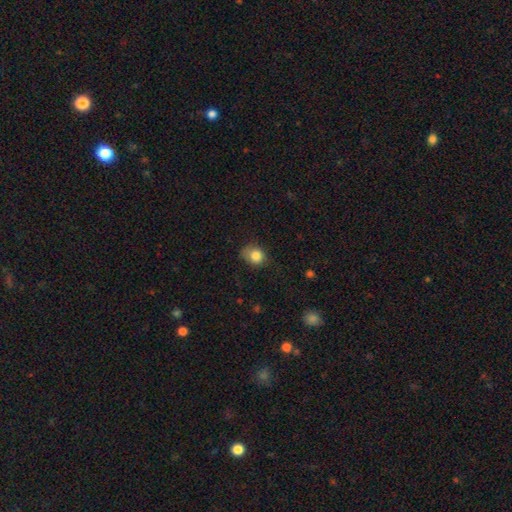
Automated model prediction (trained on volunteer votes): A smooth galaxy with no disk features (83%) that is round (65%).

Vote fractions:
- Smooth or featured? smooth: 83% / star or artifact: 10% / featured or disk: 7%
- How rounded? round: 65% / in between: 35% / cigar-shaped: 1%
- Merging? none: 59% / minor disturbance: 30% / major disturbance: 9% / merger: 1%